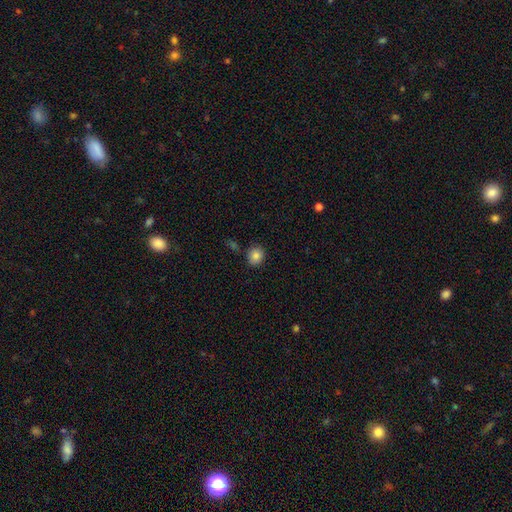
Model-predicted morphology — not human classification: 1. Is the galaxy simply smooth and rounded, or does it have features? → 85% smooth, 10% star or artifact, 6% featured or disk.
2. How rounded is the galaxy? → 76% round, 23% in between, 1% cigar-shaped.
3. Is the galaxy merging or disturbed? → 83% none, 10% minor disturbance, 5% merger, 2% major disturbance.